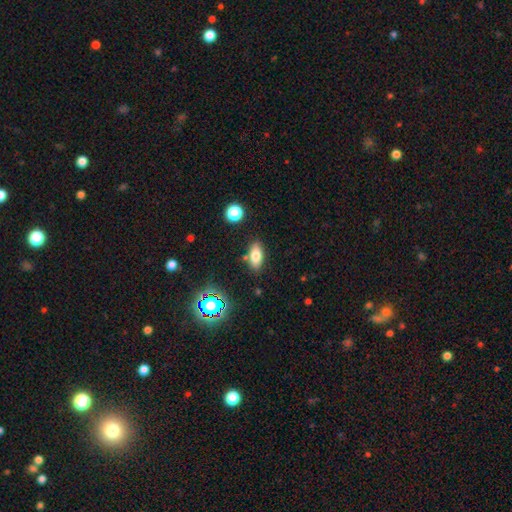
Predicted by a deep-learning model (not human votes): smooth_or_featured: smooth (p=0.74) [alt: featured or disk p=0.15]
how_rounded: in between (p=0.83) [alt: cigar-shaped p=0.12]
merging: none (p=0.82) [alt: minor disturbance p=0.11]